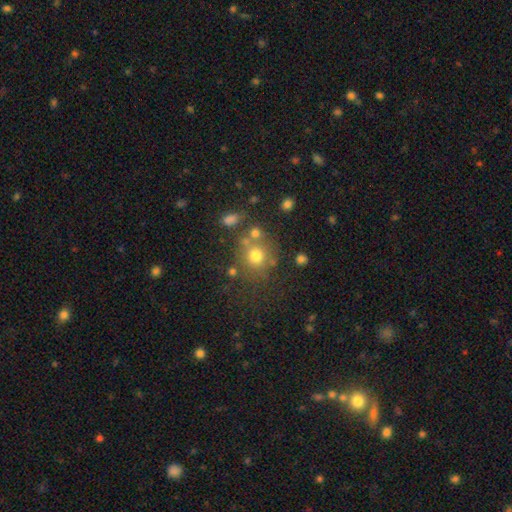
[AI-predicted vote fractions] smooth_or_featured: smooth (p=0.71) [alt: star or artifact p=0.17]
how_rounded: round (p=0.86) [alt: in between p=0.13]
merging: none (p=0.67) [alt: merger p=0.15]